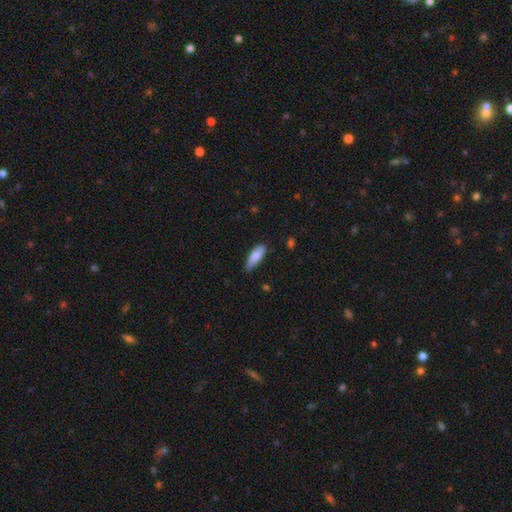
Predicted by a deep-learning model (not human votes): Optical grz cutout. It shows a smooth galaxy with no disk features (81%) that is in between round and cigar-shaped (55%). Merging: none (70%).